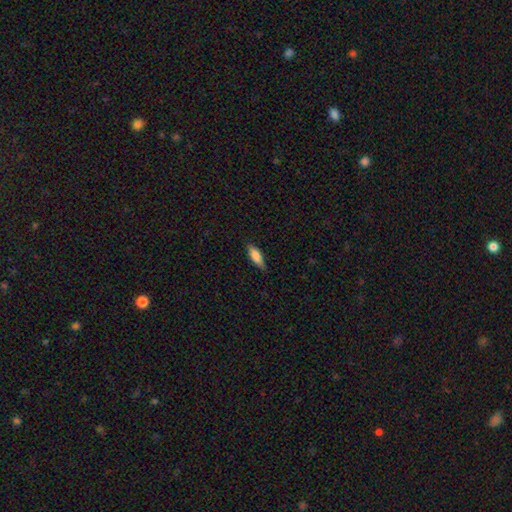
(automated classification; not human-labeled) The model was most divided on "how rounded": in between: 53%, cigar-shaped: 45%, round: 2%. More confident: merging — none (80%); smooth or featured — smooth (78%).